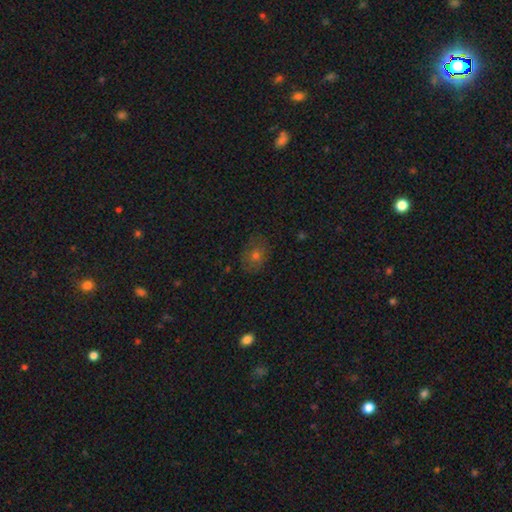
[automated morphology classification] A smooth galaxy with no disk features (62%) that is in between round and cigar-shaped (49%, tied with round). Merging: none (77%).